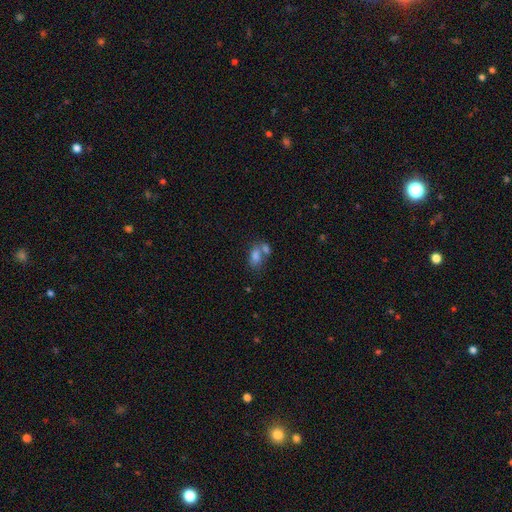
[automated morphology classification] This appears to be a smooth galaxy with no disk features (79%) that is in between round and cigar-shaped (86%). Merging: merger (54%).